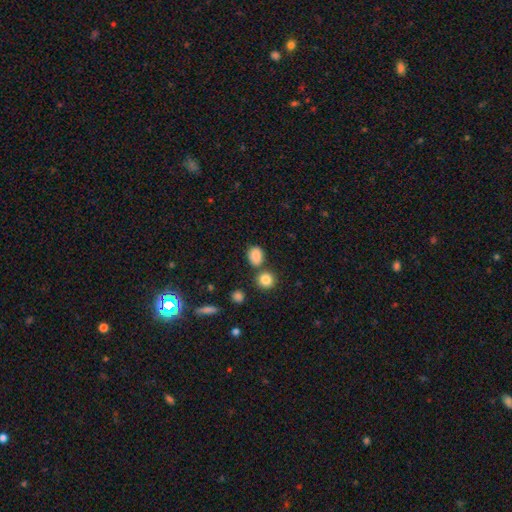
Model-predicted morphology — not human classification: Q: Smooth or featured?
A: smooth (85%); runner-up: star or artifact (10%)
Q: How rounded?
A: in between (59%); runner-up: round (39%)
Q: Merging?
A: none (66%); runner-up: merger (17%)